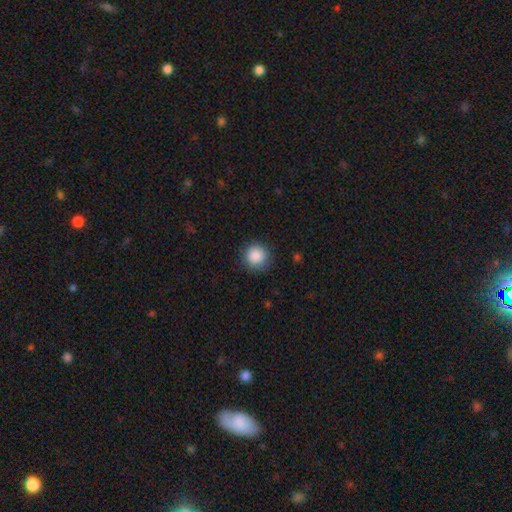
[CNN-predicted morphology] Smooth or featured: smooth — 88% (star or artifact — 9%)
How rounded: round — 95% (in between — 4%)
Merging: none — 87% (minor disturbance — 9%)